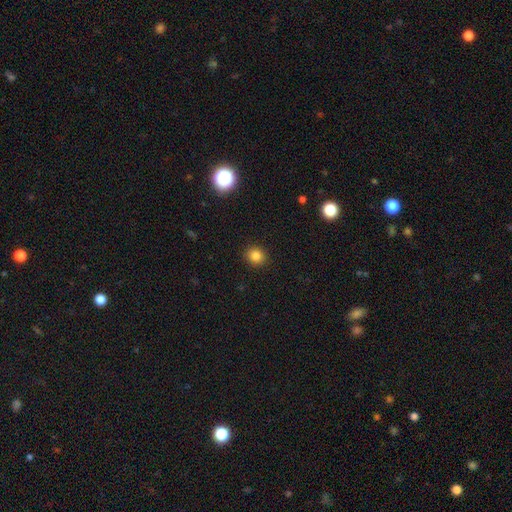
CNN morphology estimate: The model was most divided on "how rounded": round: 82%, in between: 17%, cigar-shaped: 1%. More confident: merging — none (91%); smooth or featured — smooth (84%).